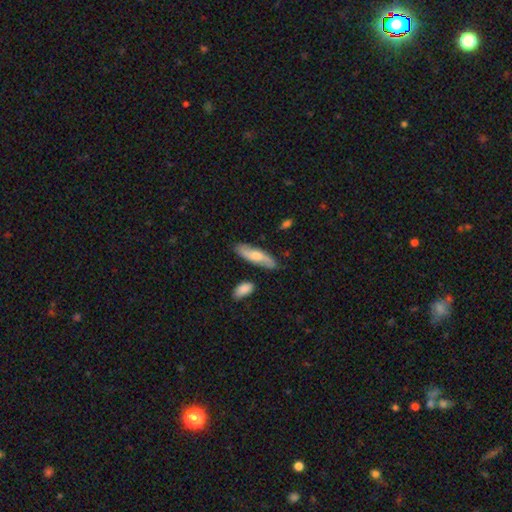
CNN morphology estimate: This appears to be a smooth galaxy with no disk features (53%) that is cigar-shaped (53%). Merging: none (80%).